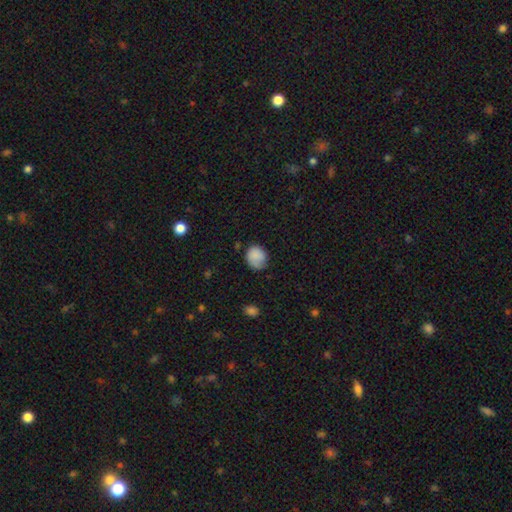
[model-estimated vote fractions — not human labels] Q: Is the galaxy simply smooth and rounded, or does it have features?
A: smooth — 82%.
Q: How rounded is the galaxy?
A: round — 68%.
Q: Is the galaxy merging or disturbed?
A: none — 58%.